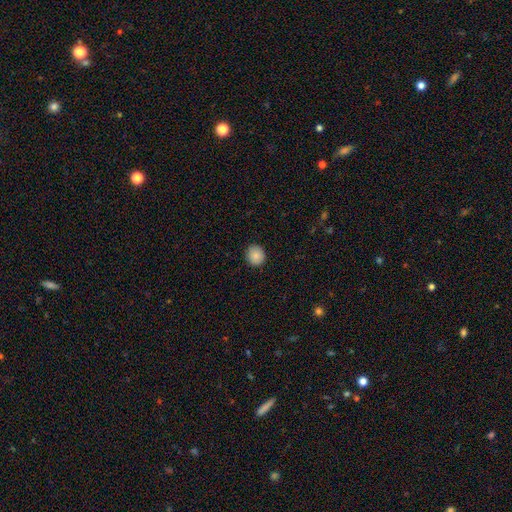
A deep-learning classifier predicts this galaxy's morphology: smooth 88%, star or artifact 9%, featured or disk 4%. Down the decision tree: how rounded — round (86%); merging — none (90%).